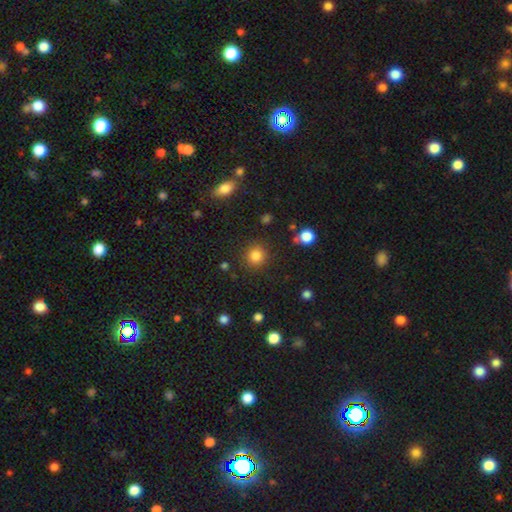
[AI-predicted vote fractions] A smooth galaxy with no disk features (83%) that is round (92%). Merging: none (88%).